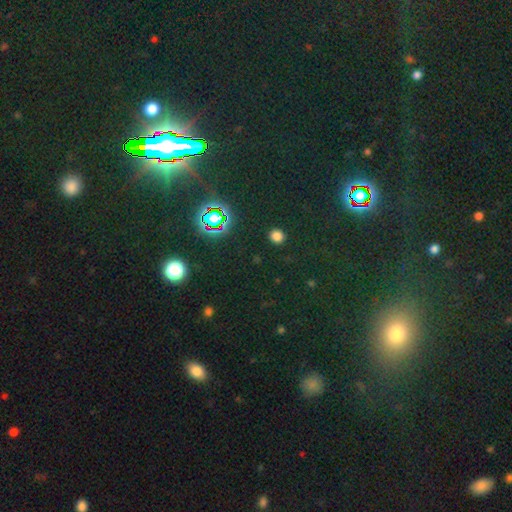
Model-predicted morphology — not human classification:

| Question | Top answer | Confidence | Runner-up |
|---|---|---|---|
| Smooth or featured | star or artifact | 74% | smooth (18%) |